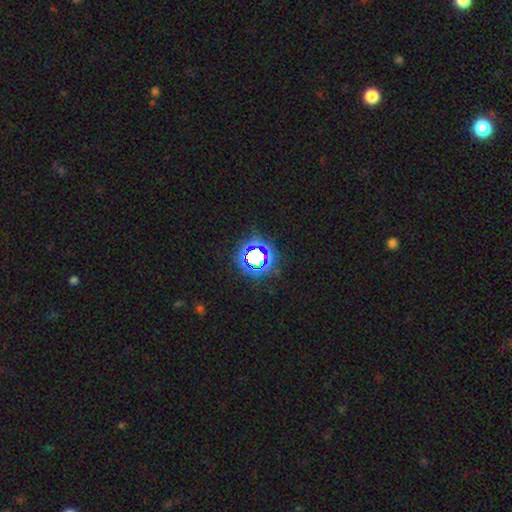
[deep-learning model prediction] This is likely a star or artifact rather than a galaxy (65%).